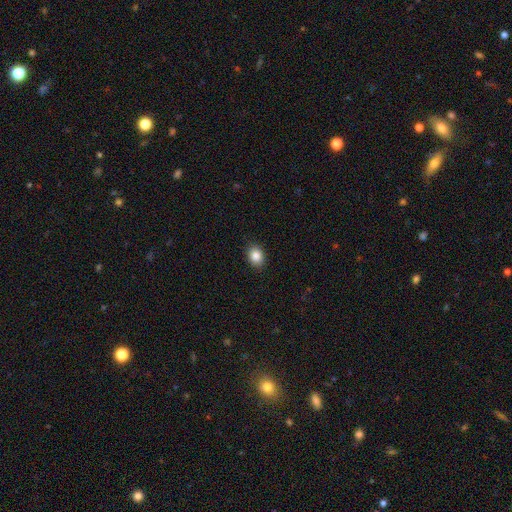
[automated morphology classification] Smooth or featured? smooth (86%)
How rounded? in between (59%)
Merging? none (90%)